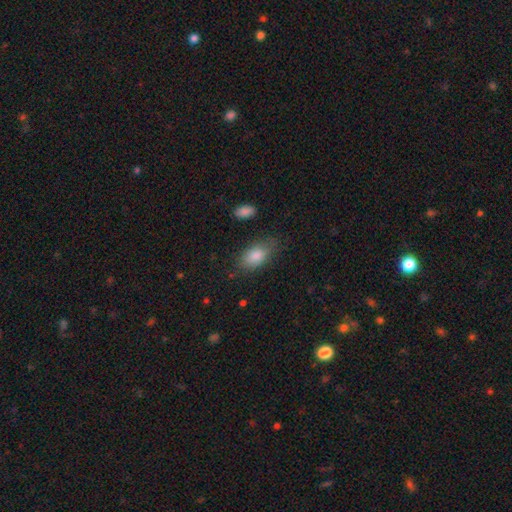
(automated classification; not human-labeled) This appears to be a smooth galaxy with no disk features (85%) that is in between round and cigar-shaped (90%). Merging: none (74%).